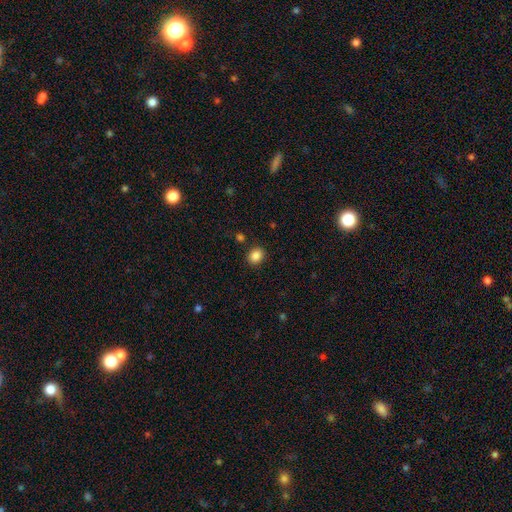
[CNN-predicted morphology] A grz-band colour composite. It shows a smooth galaxy with no disk features (87%) that is round (66%). Merging: none (89%).